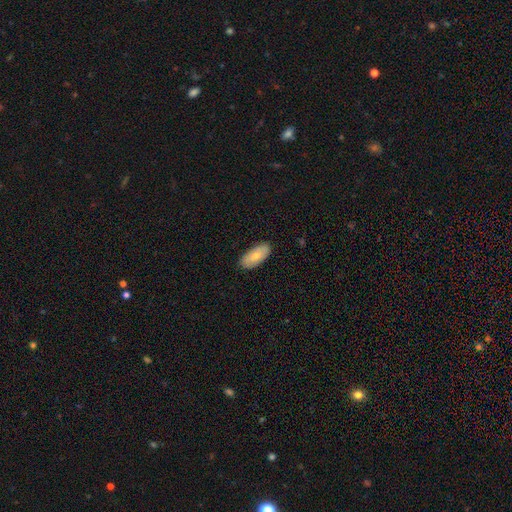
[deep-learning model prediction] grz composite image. It shows a smooth galaxy with no disk features (73%) that is in between round and cigar-shaped (91%). Merging: none (86%).